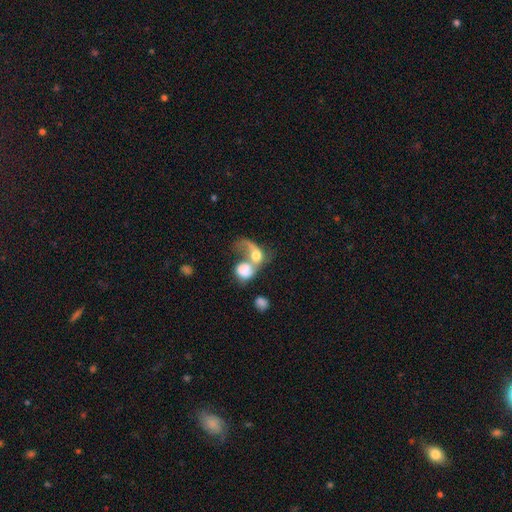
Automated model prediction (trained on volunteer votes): A smooth galaxy with no disk features (50%) that is round (49%). Merging: merger (70%).